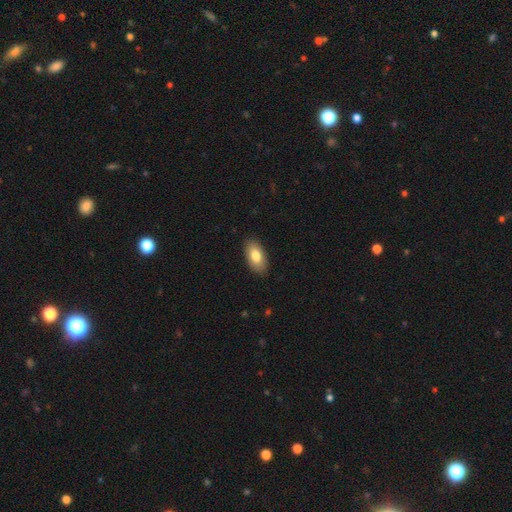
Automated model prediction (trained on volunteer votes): A smooth galaxy with no disk features (81%) that is in between round and cigar-shaped (93%).

Vote fractions:
- Smooth or featured? smooth: 81% / featured or disk: 13% / star or artifact: 6%
- How rounded? in between: 93% / cigar-shaped: 3% / round: 3%
- Merging? none: 88% / minor disturbance: 9% / major disturbance: 2% / merger: 1%